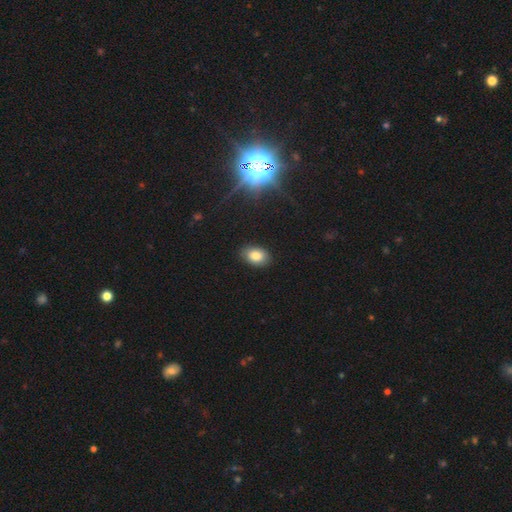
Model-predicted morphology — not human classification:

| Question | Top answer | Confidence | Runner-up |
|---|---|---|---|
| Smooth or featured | smooth | 81% | star or artifact (10%) |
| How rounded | in between | 85% | round (14%) |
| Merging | none | 86% | minor disturbance (11%) |